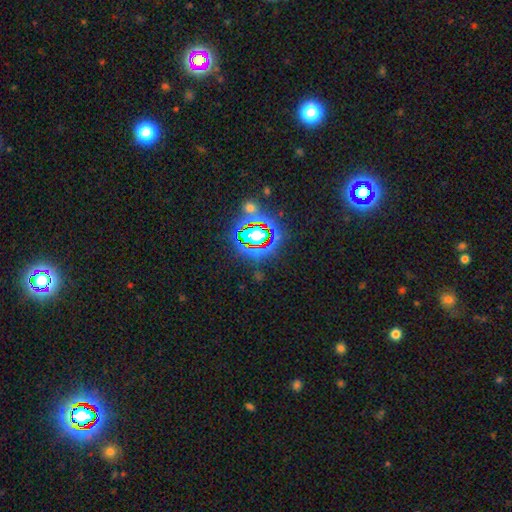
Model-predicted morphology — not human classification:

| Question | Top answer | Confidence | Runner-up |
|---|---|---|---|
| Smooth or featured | star or artifact | 81% | smooth (11%) |